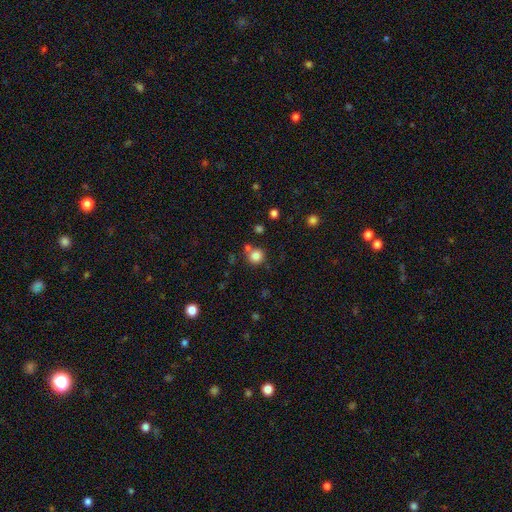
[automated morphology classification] A smooth galaxy with no disk features (84%) that is round (92%). Merging: none (76%).